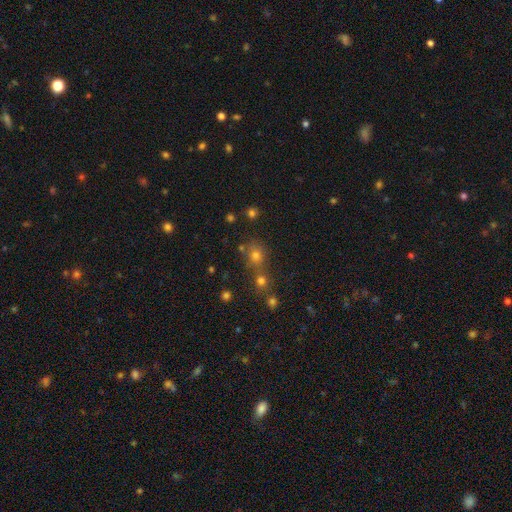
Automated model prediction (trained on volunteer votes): Smooth or featured?
  - smooth: 61% *
  - star or artifact: 30%
  - featured or disk: 9%
How rounded?
  - round: 80% *
  - in between: 18%
  - cigar-shaped: 1%
Merging?
  - none: 61% *
  - merger: 26%
  - minor disturbance: 9%
  - major disturbance: 4%